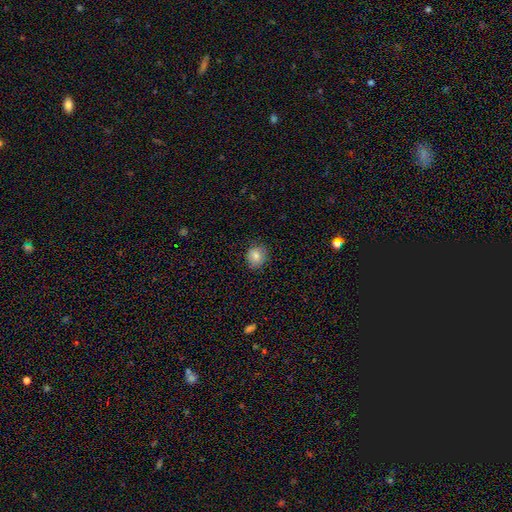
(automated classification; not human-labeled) Q: Smooth or featured?
A: smooth (77%); runner-up: featured or disk (12%)
Q: How rounded?
A: round (84%); runner-up: in between (15%)
Q: Merging?
A: none (83%); runner-up: minor disturbance (13%)